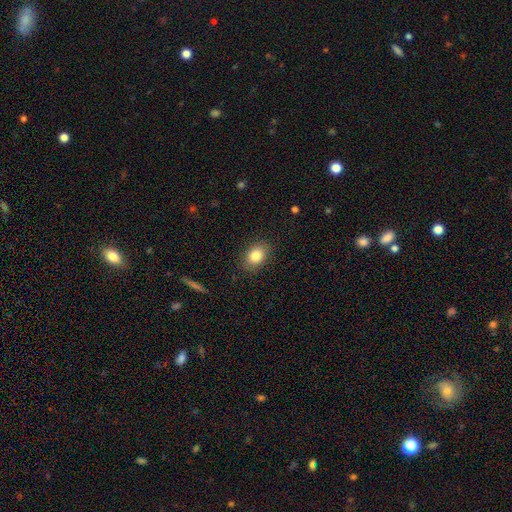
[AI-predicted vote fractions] A smooth galaxy with no disk features (83%) that is in between round and cigar-shaped (69%).

Vote fractions:
- Smooth or featured? smooth: 83% / star or artifact: 9% / featured or disk: 8%
- How rounded? in between: 69% / round: 30% / cigar-shaped: 1%
- Merging? none: 86% / minor disturbance: 10% / major disturbance: 3% / merger: 1%